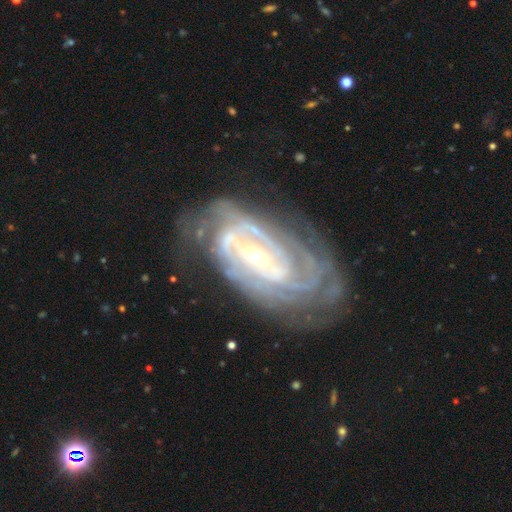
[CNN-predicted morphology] A featured or disk galaxy (90%) with a weak bar (39%), tight (74%) spiral arms (96%) and a small central bulge (64%). Merging: none (66%).